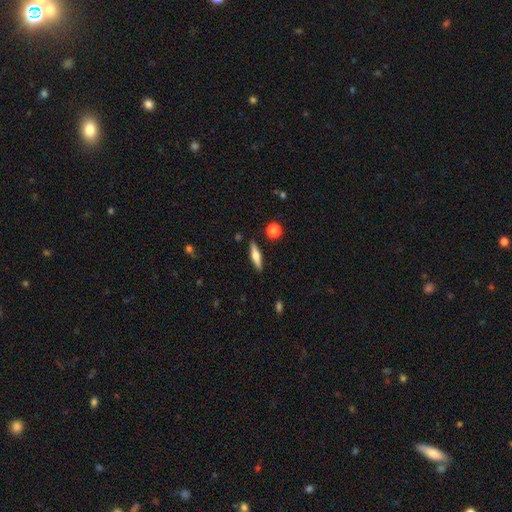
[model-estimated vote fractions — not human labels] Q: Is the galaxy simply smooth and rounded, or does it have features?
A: featured or disk — 49%.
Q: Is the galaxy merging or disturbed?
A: none — 88%.